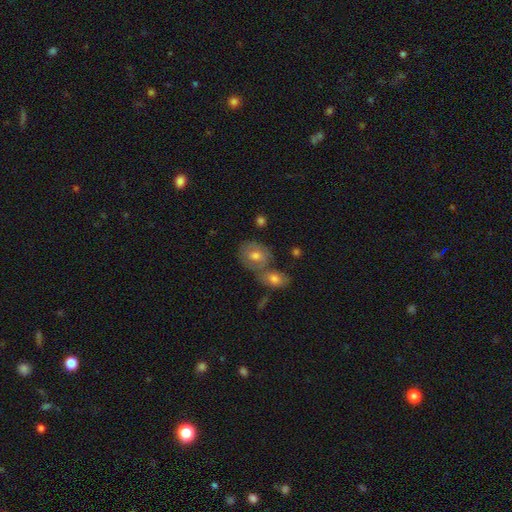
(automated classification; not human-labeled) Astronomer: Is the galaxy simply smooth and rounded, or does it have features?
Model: smooth — 45% (runner-up: featured or disk, 39%).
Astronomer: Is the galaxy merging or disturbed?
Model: none — 47% (runner-up: merger, 38%).